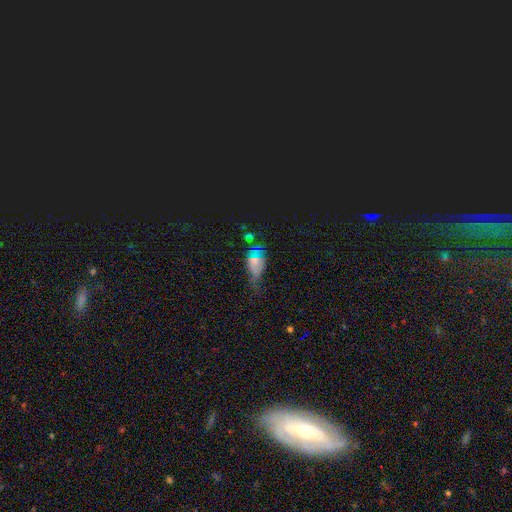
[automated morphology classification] Smooth or featured? star or artifact (41%)